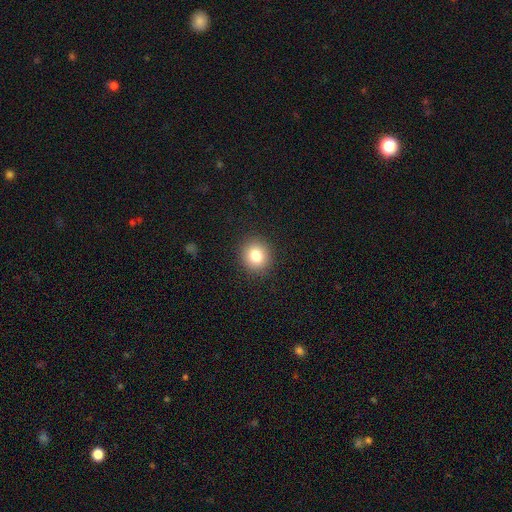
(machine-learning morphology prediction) Smooth or featured?
  - smooth: 83% *
  - star or artifact: 10%
  - featured or disk: 7%
How rounded?
  - round: 87% *
  - in between: 12%
  - cigar-shaped: 1%
Merging?
  - none: 91% *
  - minor disturbance: 6%
  - major disturbance: 2%
  - merger: 1%